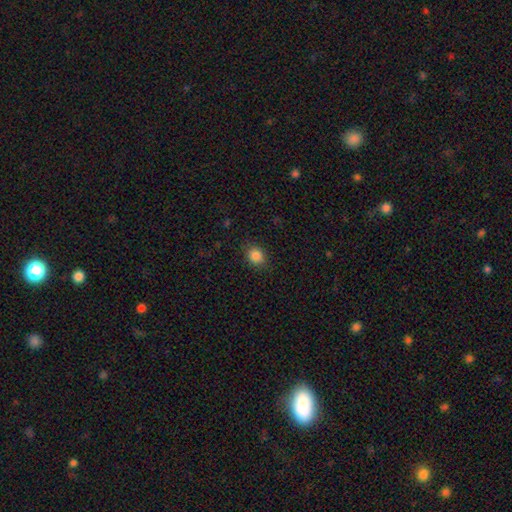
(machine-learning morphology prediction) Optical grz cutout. It shows a smooth galaxy with no disk features (85%) that is round (69%). Merging: none (86%).